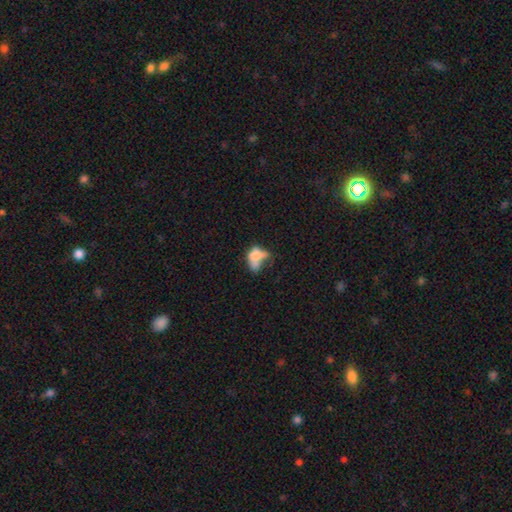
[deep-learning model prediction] smooth_or_featured: smooth (p=0.60) [alt: featured or disk p=0.28]
how_rounded: in between (p=0.75) [alt: round p=0.21]
merging: merger (p=0.35) [alt: major disturbance p=0.28]